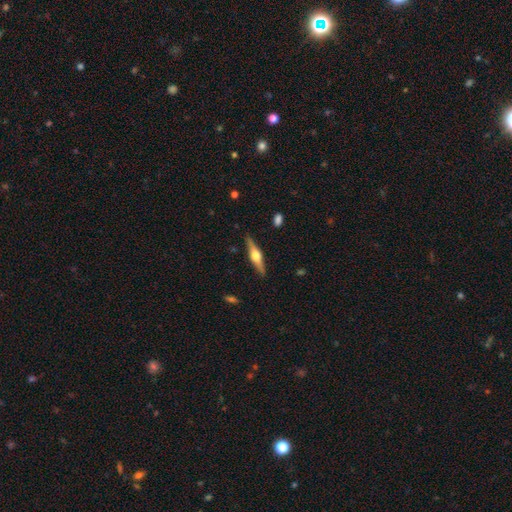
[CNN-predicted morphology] featured or disk 71%, smooth 23%, star or artifact 5%. Down the decision tree: edge-on disk — yes (97%); edge-on bulge — rounded (94%); merging — none (89%).